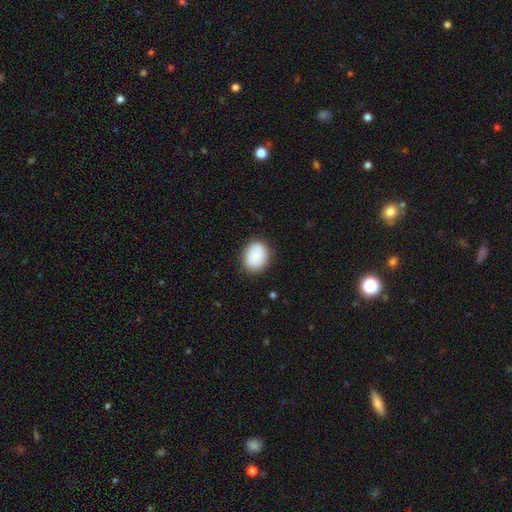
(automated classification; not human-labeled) Morphology: type=smooth (74%); roundness=in between (50%); merging=none (84%).